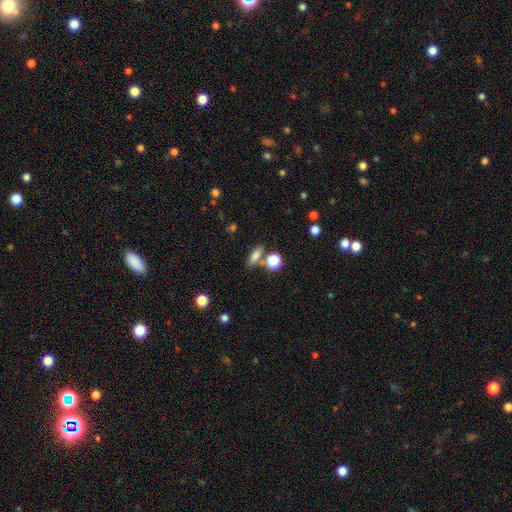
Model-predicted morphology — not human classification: smooth 75%, star or artifact 13%, featured or disk 12%. Down the decision tree: how rounded — in between (57%); merging — none (69%).